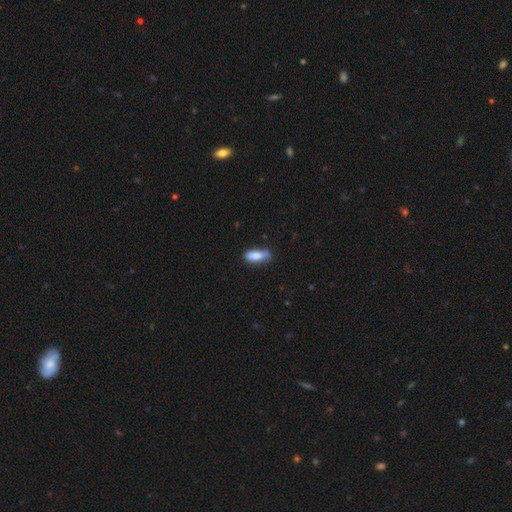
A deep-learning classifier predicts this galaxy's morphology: The model was most divided on "merging": none: 57%, minor disturbance: 29%, major disturbance: 7%, merger: 7%. More confident: smooth or featured — smooth (80%); how rounded — in between (70%).